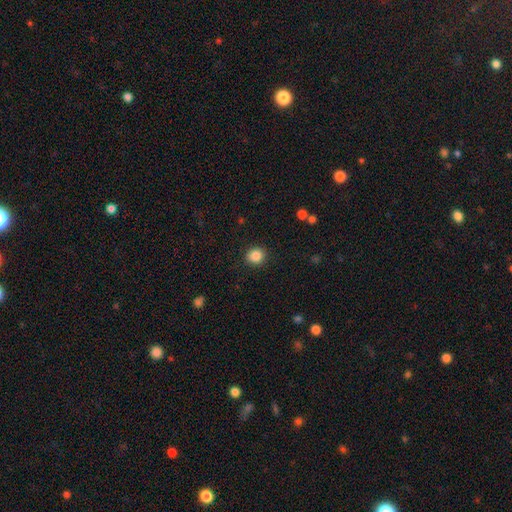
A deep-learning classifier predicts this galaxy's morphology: A smooth galaxy with no disk features (86%) that is round (85%).

Vote fractions:
- Smooth or featured? smooth: 86% / star or artifact: 10% / featured or disk: 4%
- How rounded? round: 85% / in between: 14% / cigar-shaped: 1%
- Merging? none: 91% / minor disturbance: 6% / major disturbance: 2% / merger: 1%